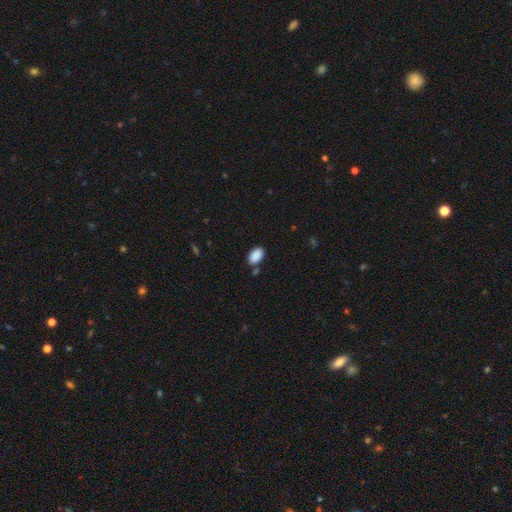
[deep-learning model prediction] Overall: smooth (89%). How rounded: in between (91%). Merging: none (76%).